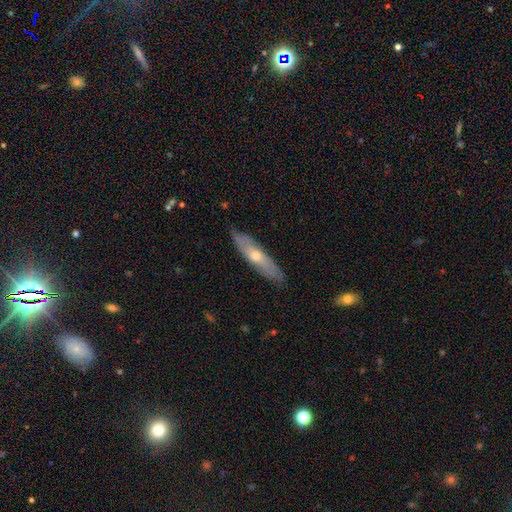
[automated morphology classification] featured or disk 57%, smooth 36%, star or artifact 6%. Down the decision tree: edge-on disk — yes (55%); merging — none (83%).